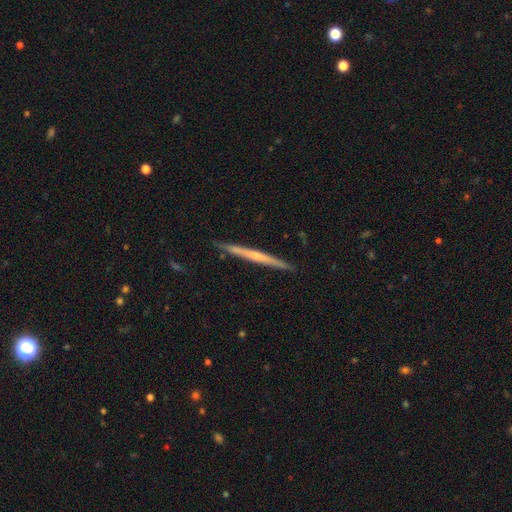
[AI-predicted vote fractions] The model was most divided on "edge-on bulge": none: 57%, rounded: 38%, boxy: 5%. More confident: edge-on disk — yes (98%); merging — none (90%); smooth or featured — featured or disk (62%).